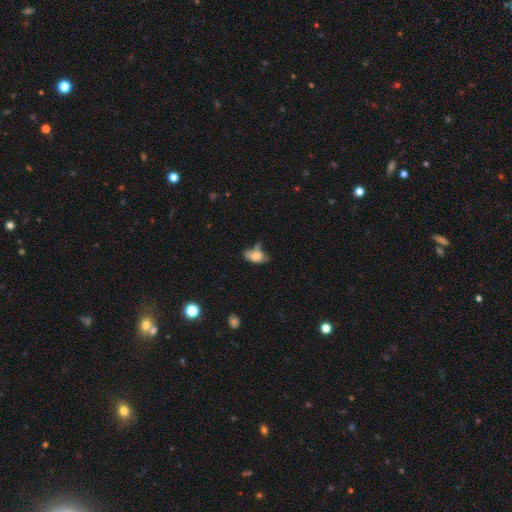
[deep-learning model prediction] smooth 70%, featured or disk 20%, star or artifact 9%. Down the decision tree: how rounded — in between (88%); merging — none (35%).